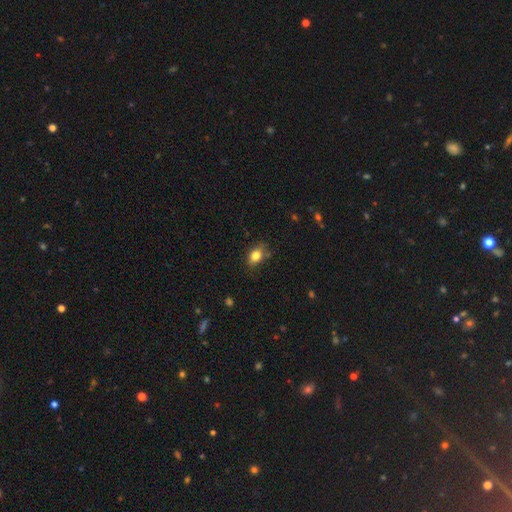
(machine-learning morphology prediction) A smooth galaxy with no disk features (82%) that is in between round and cigar-shaped (78%).

Vote fractions:
- Smooth or featured? smooth: 82% / star or artifact: 9% / featured or disk: 9%
- How rounded? in between: 78% / round: 19% / cigar-shaped: 2%
- Merging? none: 74% / minor disturbance: 19% / major disturbance: 4% / merger: 2%